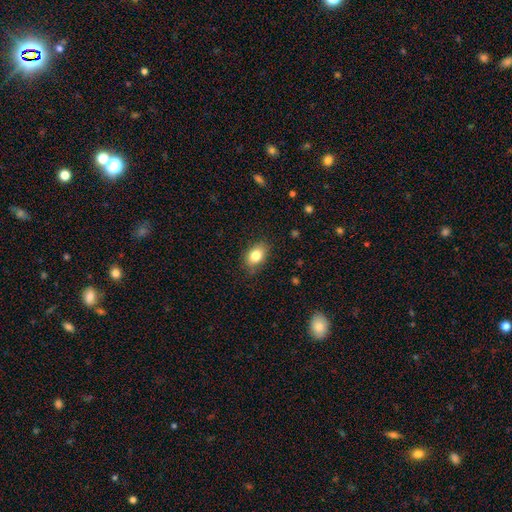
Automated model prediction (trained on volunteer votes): This is clearly a smooth galaxy (82%). How rounded: clearly in between (82%). Merging: clearly none (82%).